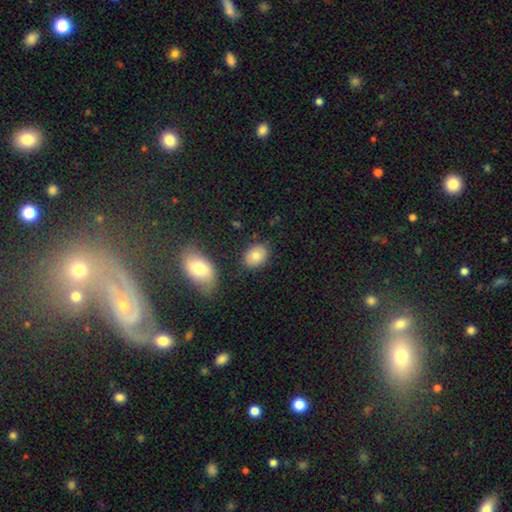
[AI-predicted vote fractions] Q: Smooth or featured?
A: smooth (79%); runner-up: featured or disk (12%)
Q: How rounded?
A: in between (72%); runner-up: round (27%)
Q: Merging?
A: none (80%); runner-up: minor disturbance (12%)